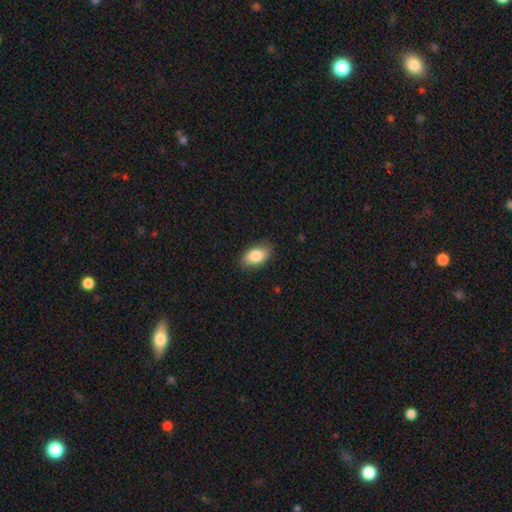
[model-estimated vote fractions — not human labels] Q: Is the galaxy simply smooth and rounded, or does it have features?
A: smooth — 85%.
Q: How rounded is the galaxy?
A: in between — 92%.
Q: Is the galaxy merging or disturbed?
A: none — 85%.